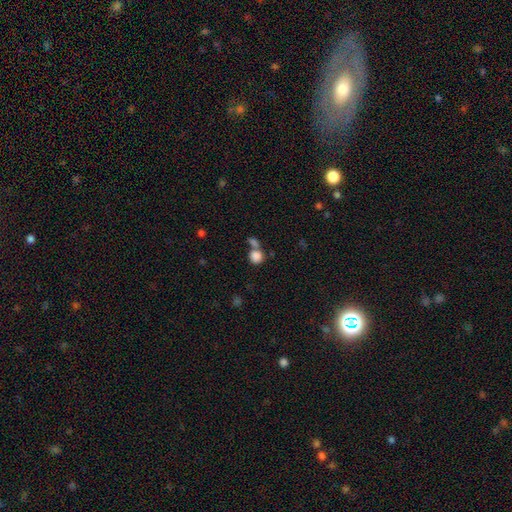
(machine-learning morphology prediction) smooth-or-featured: smooth: 85% | star or artifact: 10% | featured or disk: 6%
  how-rounded: round: 83% | in between: 16% | cigar-shaped: 1%
  merging: none: 43% (tied) | merger: 43% (tied) | minor disturbance: 9% | major disturbance: 5%